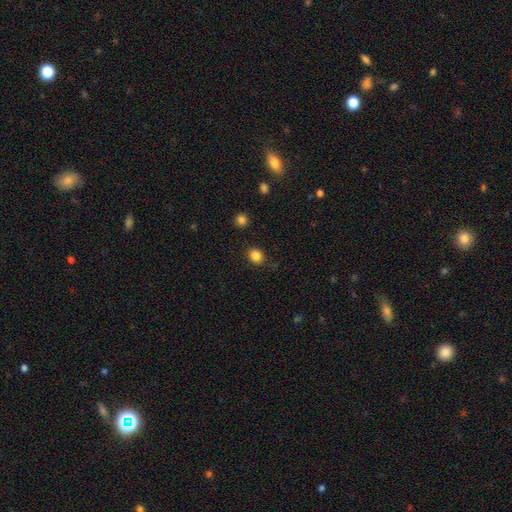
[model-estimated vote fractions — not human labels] A smooth galaxy with no disk features (84%) that is round (63%). Merging: none (83%).